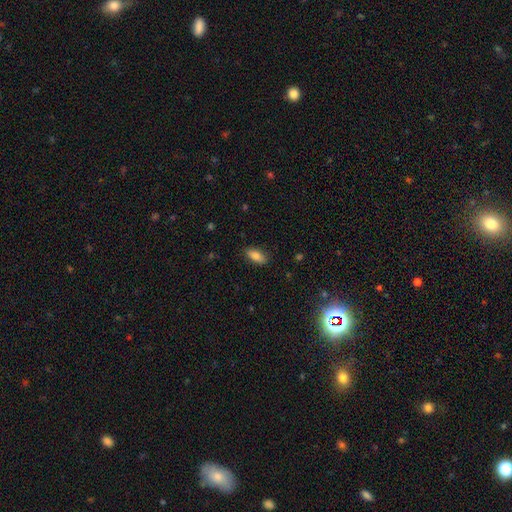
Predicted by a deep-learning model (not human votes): The model was most divided on "how rounded": in between: 82%, cigar-shaped: 15%, round: 3%. More confident: merging — none (87%); smooth or featured — smooth (81%).